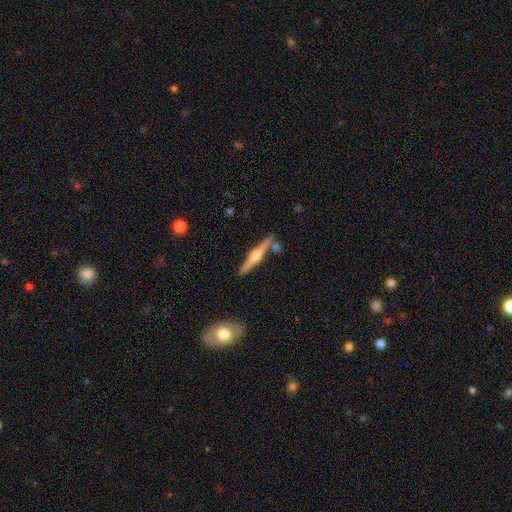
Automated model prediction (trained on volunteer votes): smooth-or-featured: featured or disk: 77% | smooth: 18% | star or artifact: 5%
  disk-edge-on: yes: 98% | no: 2%
    edge-on-bulge: rounded: 93% | boxy: 4% | none: 3%
  merging: none: 84% | minor disturbance: 8% | merger: 6% | major disturbance: 2%